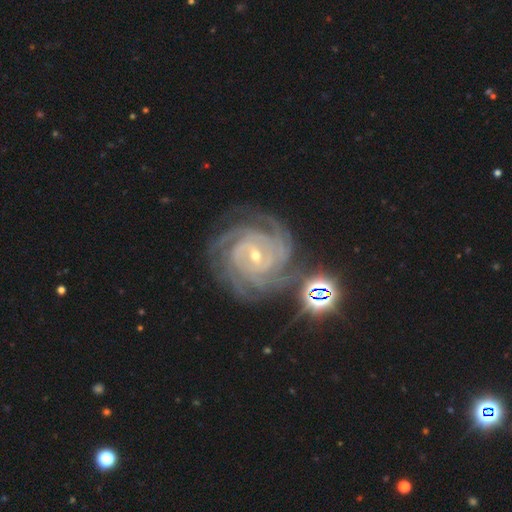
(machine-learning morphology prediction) The model was most divided on "spiral arm count": 4: 35%, 3: 21%, can't tell: 15%, more than 4: 12%, 2: 10%, 1: 7%. Remaining: spiral arms — yes (98%); edge-on disk — no (98%); smooth or featured — featured or disk (91%); spiral winding — tight (78%); merging — none (73%); bulge size — small (67%); bar — weak (46%).